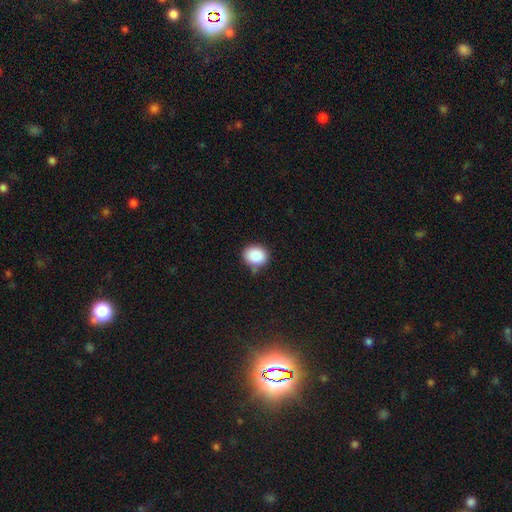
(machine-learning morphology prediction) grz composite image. It shows a smooth galaxy with no disk features (88%) that is round (57%). Merging: none (74%).